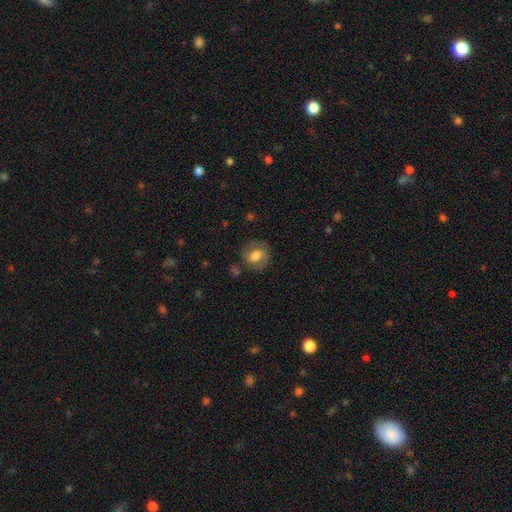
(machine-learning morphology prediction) Smooth or featured? smooth (56%)
How rounded? round (64%)
Merging? none (71%)